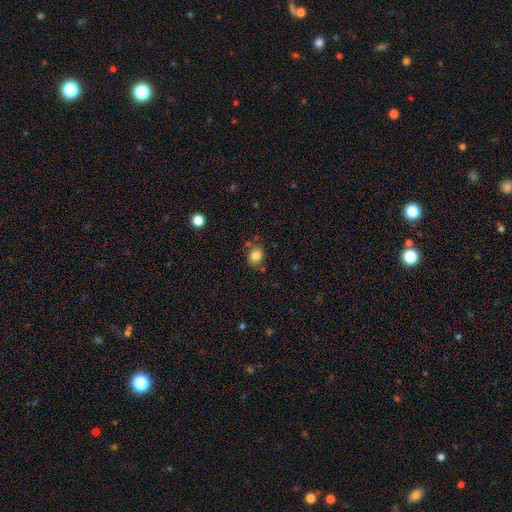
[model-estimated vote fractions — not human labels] smooth 82%, star or artifact 11%, featured or disk 7%. Down the decision tree: how rounded — round (63%); merging — none (76%).